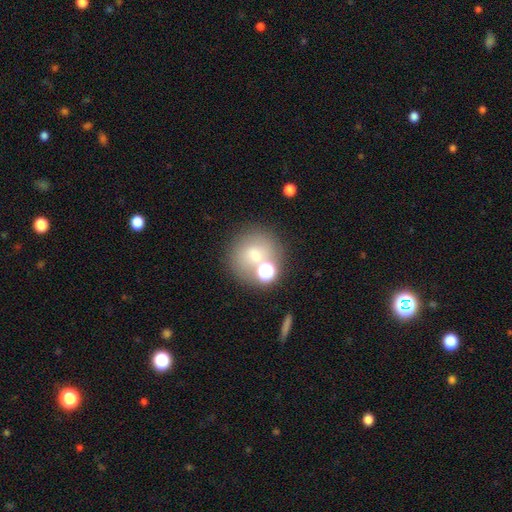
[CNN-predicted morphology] smooth_or_featured: smooth (p=0.59) [alt: featured or disk p=0.22]
how_rounded: round (p=0.86) [alt: in between p=0.13]
merging: none (p=0.60) [alt: merger p=0.23]